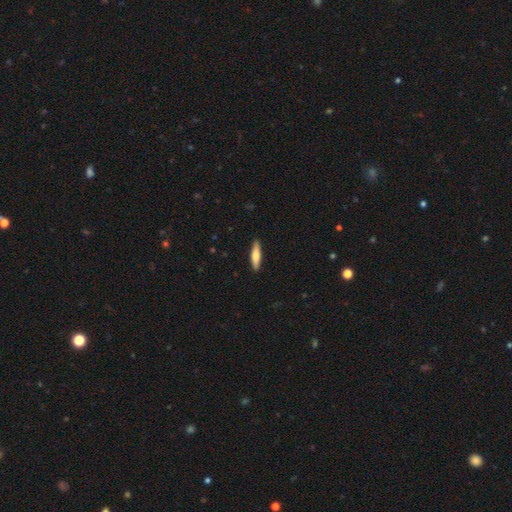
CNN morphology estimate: type=smooth (65%); roundness=cigar-shaped (77%); merging=none (90%).